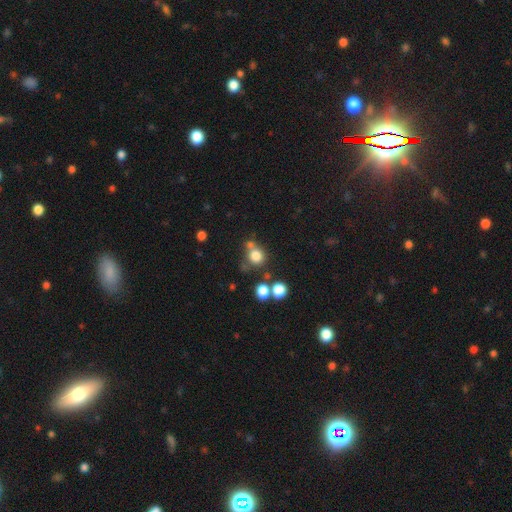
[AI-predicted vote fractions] smooth-or-featured: smooth: 77% | star or artifact: 14% | featured or disk: 8%
  how-rounded: round: 85% | in between: 14% | cigar-shaped: 1%
  merging: none: 58% | merger: 24% | minor disturbance: 12% | major disturbance: 6%